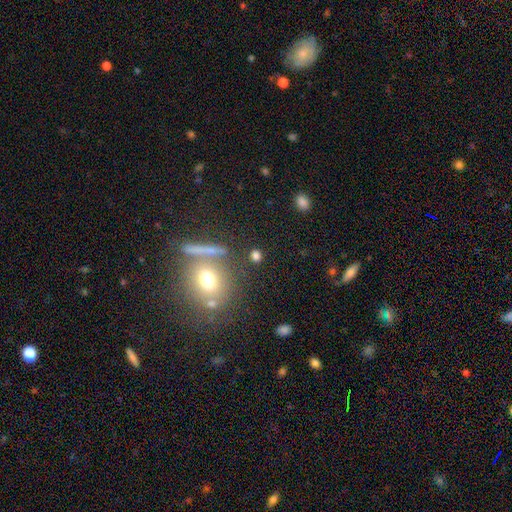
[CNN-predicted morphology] type=smooth (75%); roundness=round (73%); merging=none (80%).